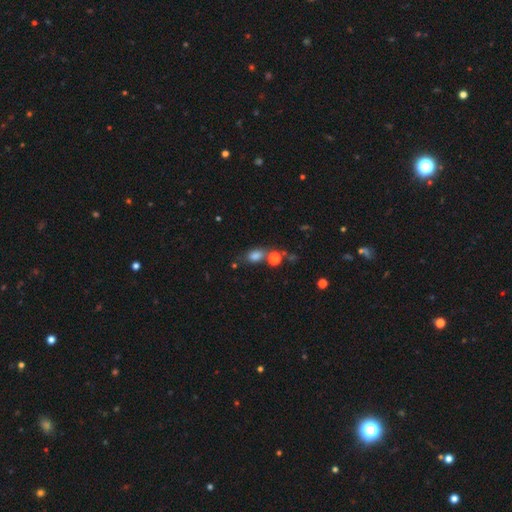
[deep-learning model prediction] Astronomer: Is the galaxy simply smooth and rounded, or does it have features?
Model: smooth — 78%.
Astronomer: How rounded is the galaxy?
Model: in between — 75%.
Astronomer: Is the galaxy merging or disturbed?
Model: none — 57%.